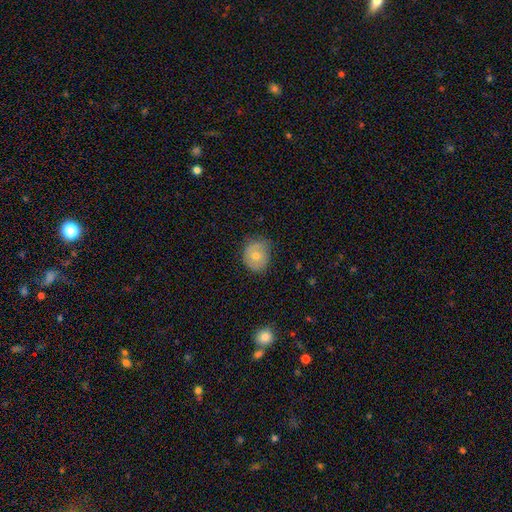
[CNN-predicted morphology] Smooth or featured? smooth (55%)
How rounded? round (71%)
Merging? none (66%)